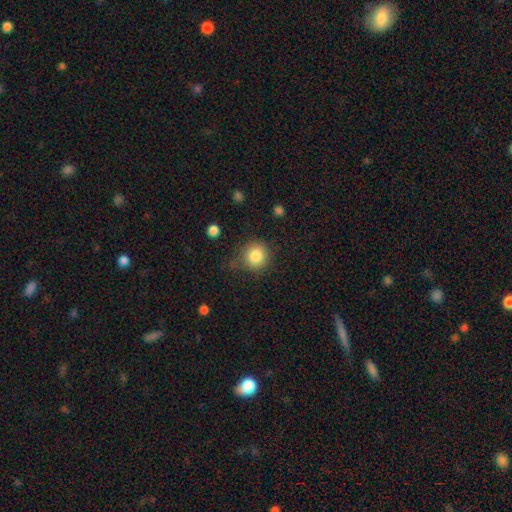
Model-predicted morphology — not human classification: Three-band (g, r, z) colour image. It shows a smooth galaxy with no disk features (84%) that is round (89%). Merging: none (76%).